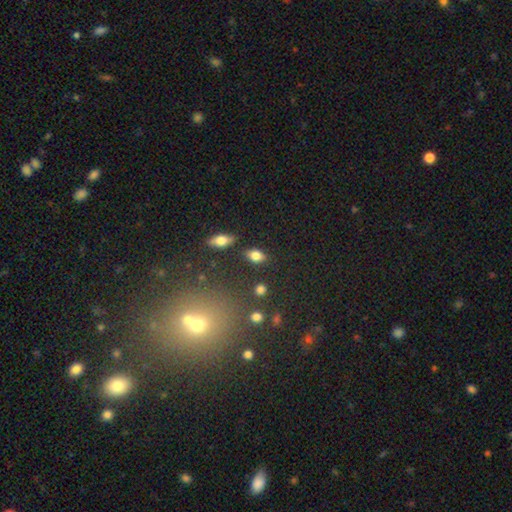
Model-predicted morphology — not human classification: smooth_or_featured: smooth (p=0.79) [alt: featured or disk p=0.12]
how_rounded: in between (p=0.83) [alt: round p=0.13]
merging: none (p=0.80) [alt: minor disturbance p=0.12]